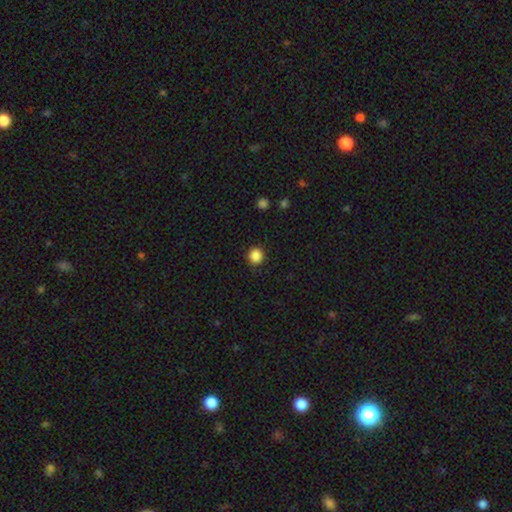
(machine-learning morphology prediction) The model was most divided on "smooth or featured": smooth: 87%, star or artifact: 11%, featured or disk: 3%. More confident: how rounded — round (92%); merging — none (91%).